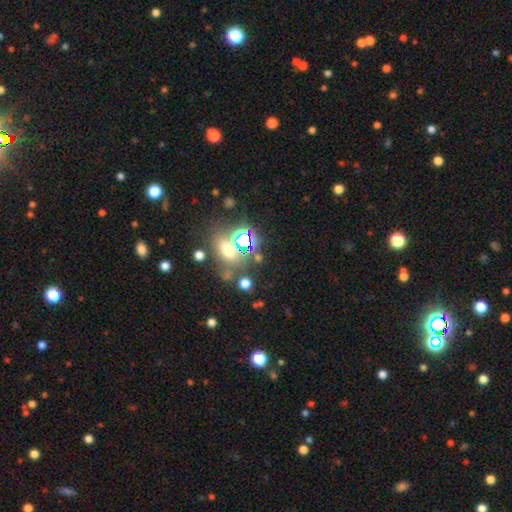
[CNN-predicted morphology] This appears to be a star or artifact, not a galaxy (57%).